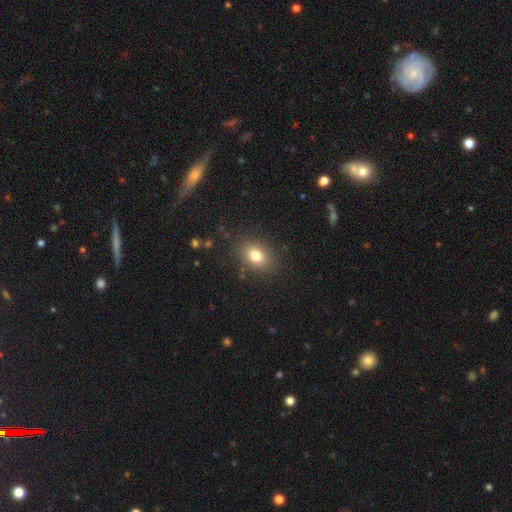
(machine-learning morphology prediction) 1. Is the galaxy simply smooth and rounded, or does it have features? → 80% smooth, 11% star or artifact, 9% featured or disk.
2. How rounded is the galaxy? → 67% in between, 31% round, 1% cigar-shaped.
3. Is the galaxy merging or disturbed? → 85% none, 10% minor disturbance, 3% major disturbance, 1% merger.